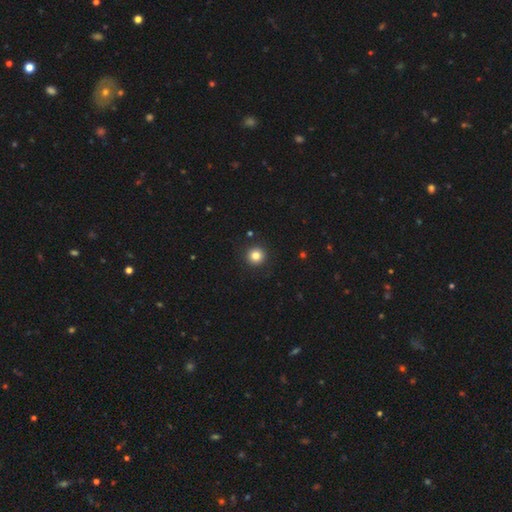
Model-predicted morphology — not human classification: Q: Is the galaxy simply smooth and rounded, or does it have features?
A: smooth — 83%.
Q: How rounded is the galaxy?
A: round — 96%.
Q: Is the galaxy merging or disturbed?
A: none — 92%.